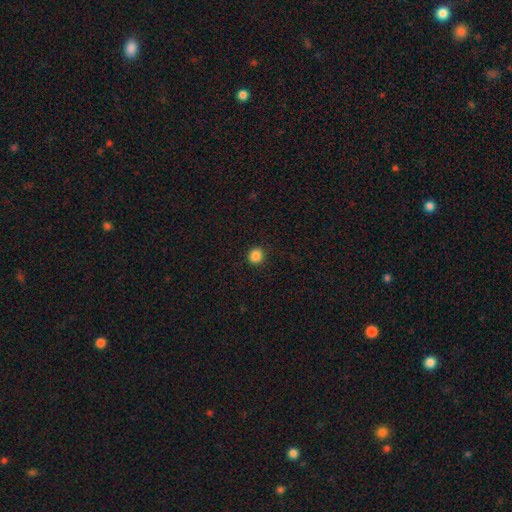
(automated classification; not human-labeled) Morphology: type=smooth (86%); roundness=round (89%); merging=none (92%).